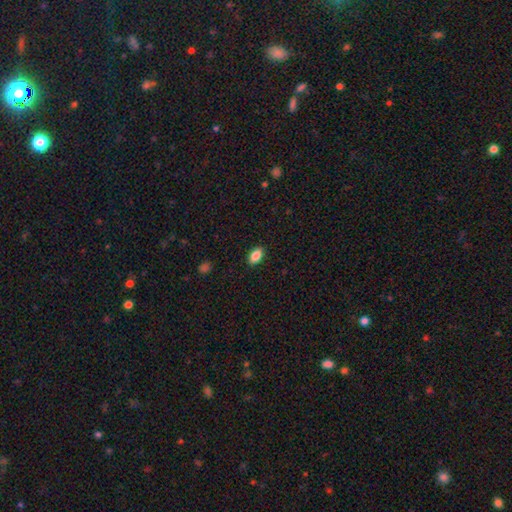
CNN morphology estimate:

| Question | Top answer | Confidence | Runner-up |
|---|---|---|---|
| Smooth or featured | smooth | 87% | star or artifact (8%) |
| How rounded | in between | 91% | round (6%) |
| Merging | none | 89% | minor disturbance (8%) |